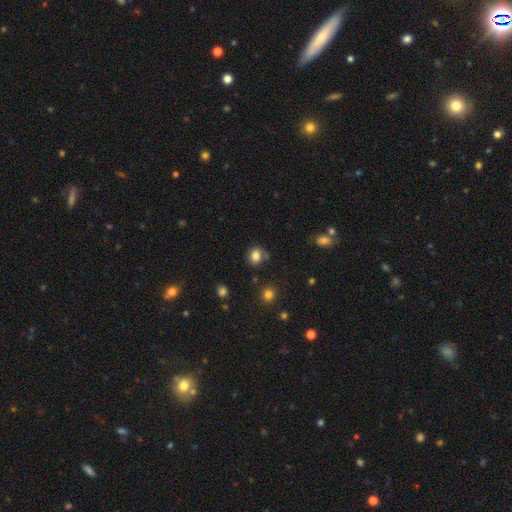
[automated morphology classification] Q: Smooth or featured?
A: smooth (82%); runner-up: star or artifact (12%)
Q: How rounded?
A: round (69%); runner-up: in between (31%)
Q: Merging?
A: none (74%); runner-up: minor disturbance (17%)